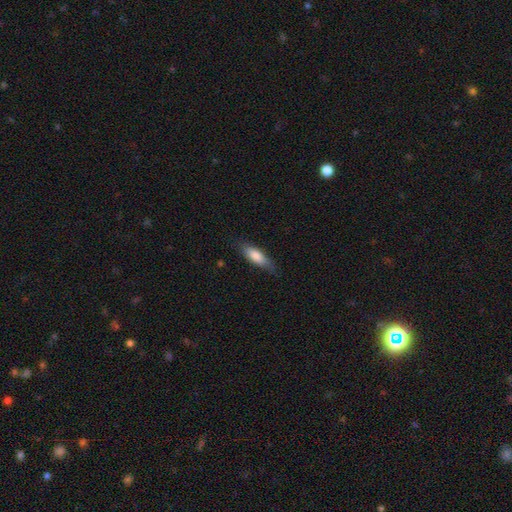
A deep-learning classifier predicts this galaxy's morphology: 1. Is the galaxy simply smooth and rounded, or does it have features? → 77% smooth, 18% featured or disk, 6% star or artifact.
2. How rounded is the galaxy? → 56% in between, 42% cigar-shaped, 2% round.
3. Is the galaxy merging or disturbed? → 75% none, 20% minor disturbance, 4% major disturbance, 1% merger.